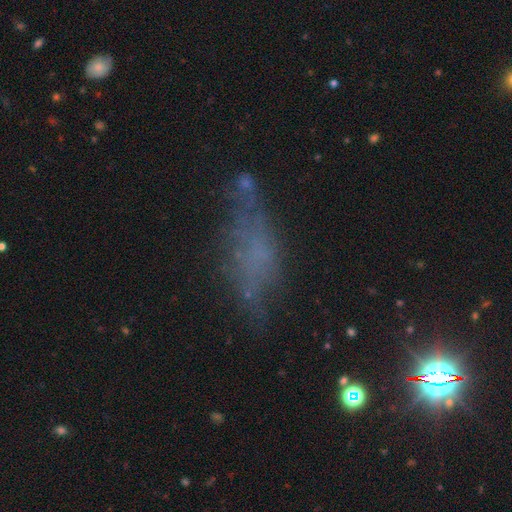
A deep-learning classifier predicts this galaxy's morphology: Q: Smooth or featured?
A: smooth (41%); runner-up: featured or disk (36%)
Q: Merging?
A: none (51%); runner-up: minor disturbance (25%)